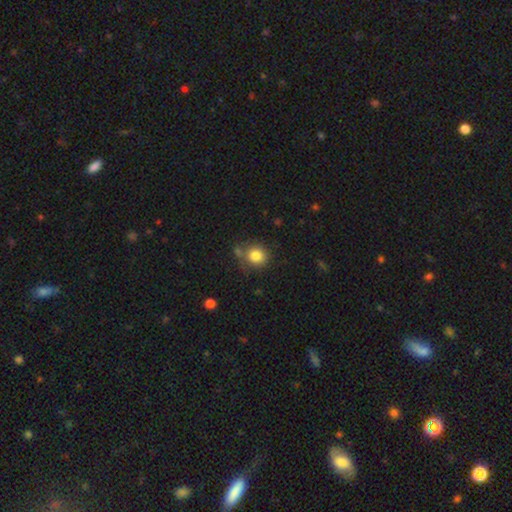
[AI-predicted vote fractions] Smooth or featured? smooth (82%)
How rounded? round (84%)
Merging? none (70%)